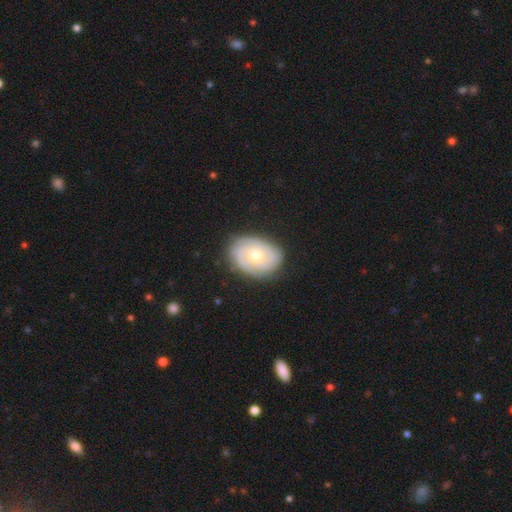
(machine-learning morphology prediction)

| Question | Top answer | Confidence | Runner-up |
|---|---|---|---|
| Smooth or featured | featured or disk | 66% | smooth (28%) |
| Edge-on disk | no | 96% | yes (4%) |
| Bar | no | 79% | weak (18%) |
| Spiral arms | yes | 85% | no (15%) |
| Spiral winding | tight | 65% | medium (26%) |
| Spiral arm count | can't tell | 37% | 2 (30%) |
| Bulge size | moderate | 65% | small (30%) |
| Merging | none | 80% | minor disturbance (15%) |